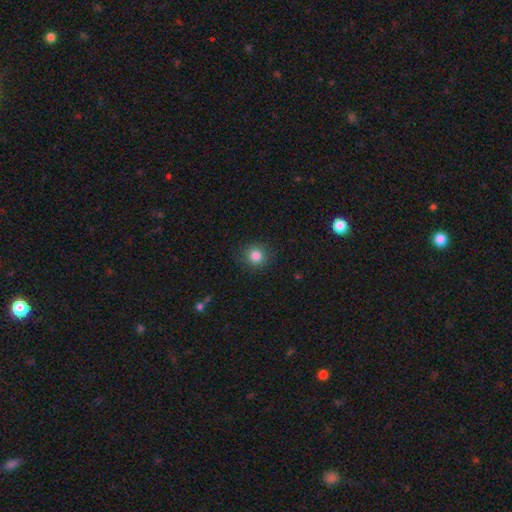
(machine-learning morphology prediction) The model was most divided on "smooth or featured": smooth: 83%, star or artifact: 12%, featured or disk: 5%. More confident: how rounded — round (90%); merging — none (89%).